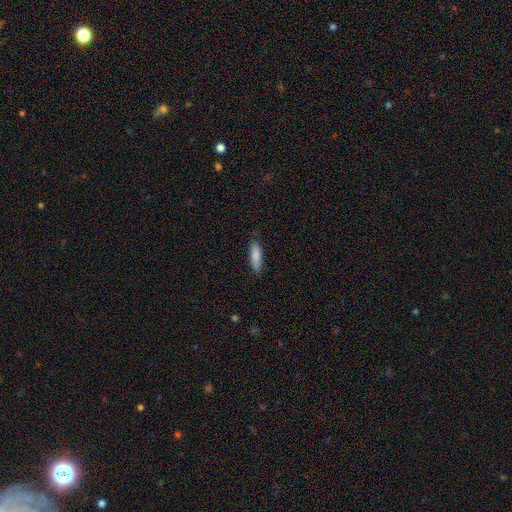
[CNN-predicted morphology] A smooth galaxy with no disk features (84%) that is cigar-shaped (58%).

Vote fractions:
- Smooth or featured? smooth: 84% / featured or disk: 10% / star or artifact: 6%
- How rounded? cigar-shaped: 58% / in between: 40% / round: 2%
- Merging? none: 84% / minor disturbance: 12% / major disturbance: 2% / merger: 1%